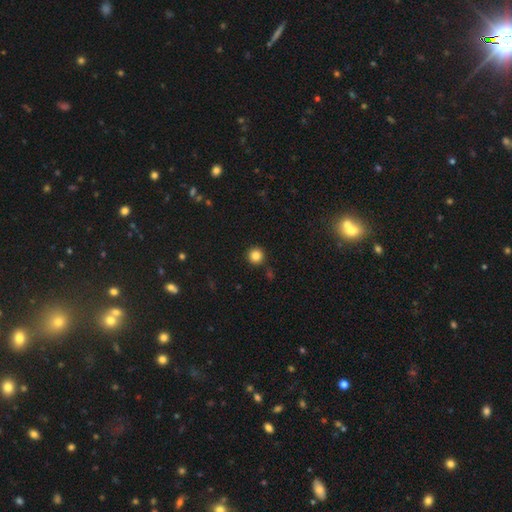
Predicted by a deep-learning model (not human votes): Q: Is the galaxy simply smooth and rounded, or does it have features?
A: smooth — 85%.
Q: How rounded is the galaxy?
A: round — 95%.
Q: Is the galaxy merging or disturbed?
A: none — 90%.